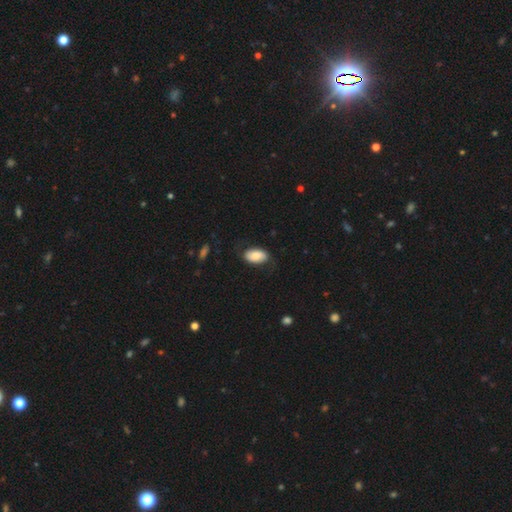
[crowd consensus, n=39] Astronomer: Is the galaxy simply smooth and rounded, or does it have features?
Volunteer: smooth — 74%.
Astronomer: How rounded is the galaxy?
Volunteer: in between — 100%.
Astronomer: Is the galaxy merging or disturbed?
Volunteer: none — 74%.